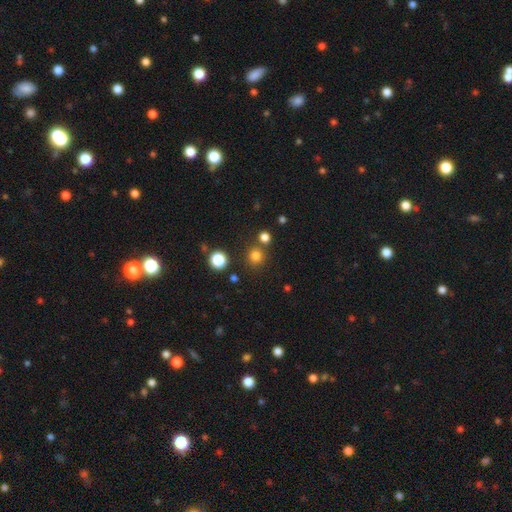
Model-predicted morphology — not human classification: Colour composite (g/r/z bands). It shows a smooth galaxy with no disk features (77%) that is round (91%). Merging: none (79%).